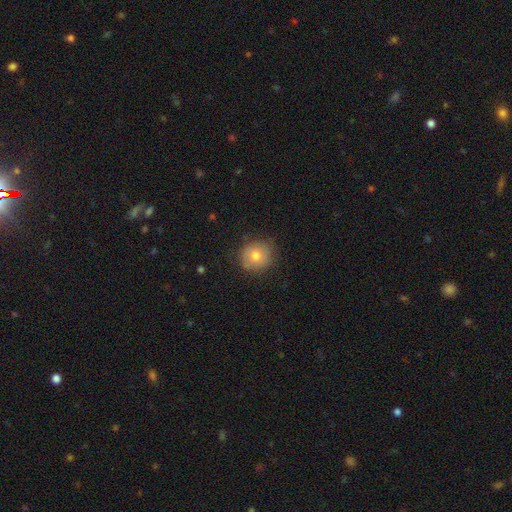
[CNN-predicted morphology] smooth_or_featured: smooth (p=0.75) [alt: featured or disk p=0.15]
how_rounded: round (p=0.84) [alt: in between p=0.15]
merging: none (p=0.81) [alt: minor disturbance p=0.15]